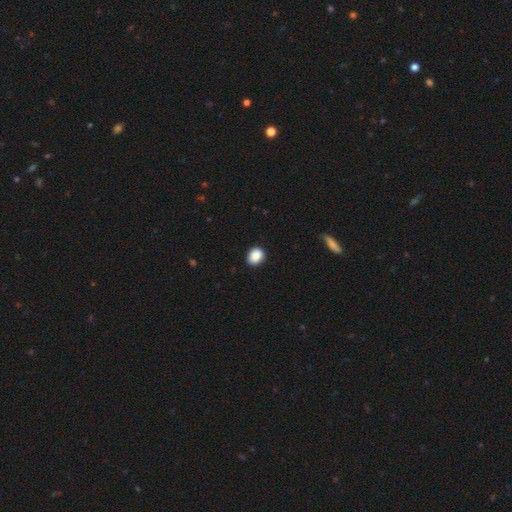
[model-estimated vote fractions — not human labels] A smooth galaxy with no disk features (89%) that is round (56%). Merging: none (90%).